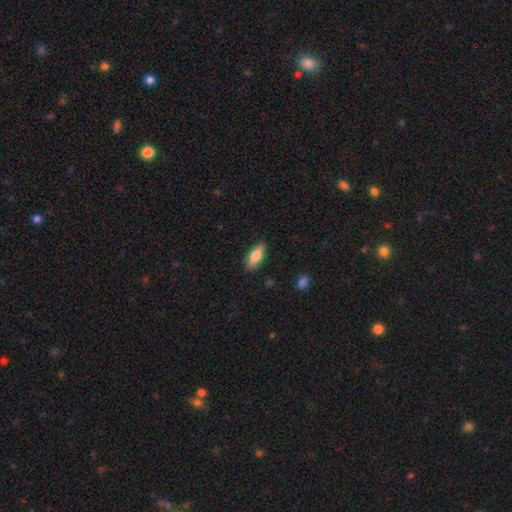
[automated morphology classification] Q: Smooth or featured?
A: smooth (77%); runner-up: featured or disk (17%)
Q: How rounded?
A: in between (77%); runner-up: cigar-shaped (21%)
Q: Merging?
A: none (86%); runner-up: minor disturbance (11%)